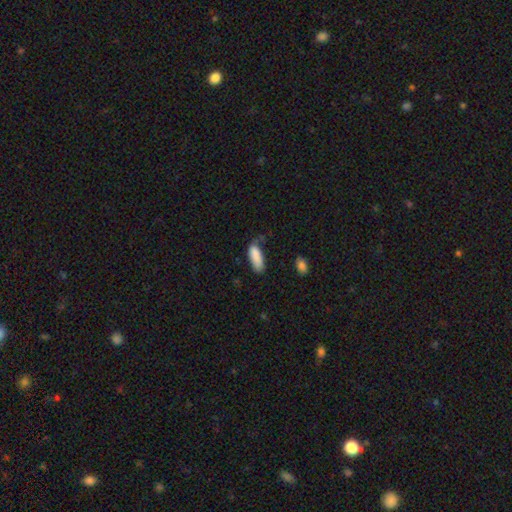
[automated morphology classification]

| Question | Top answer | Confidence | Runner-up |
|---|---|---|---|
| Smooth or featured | smooth | 87% | star or artifact (7%) |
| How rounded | in between | 73% | cigar-shaped (25%) |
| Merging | none | 49% | minor disturbance (35%) |